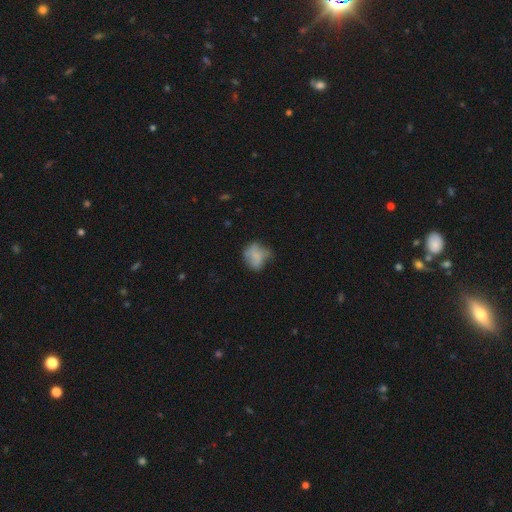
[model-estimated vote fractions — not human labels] A smooth galaxy with no disk features (68%) that is round (57%). Merging: none (45%).